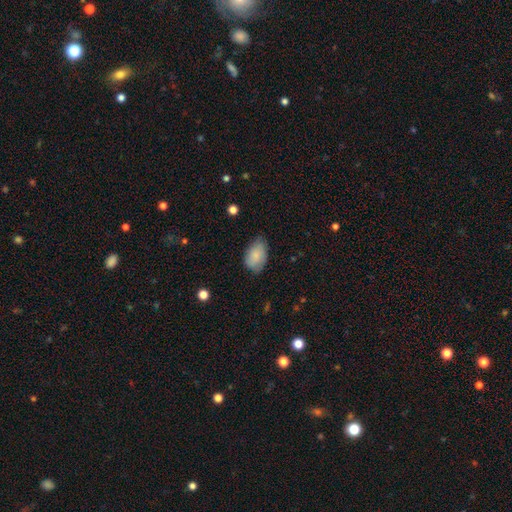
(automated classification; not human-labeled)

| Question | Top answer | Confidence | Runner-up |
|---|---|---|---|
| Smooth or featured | smooth | 83% | featured or disk (11%) |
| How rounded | in between | 91% | round (8%) |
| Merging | none | 64% | minor disturbance (29%) |